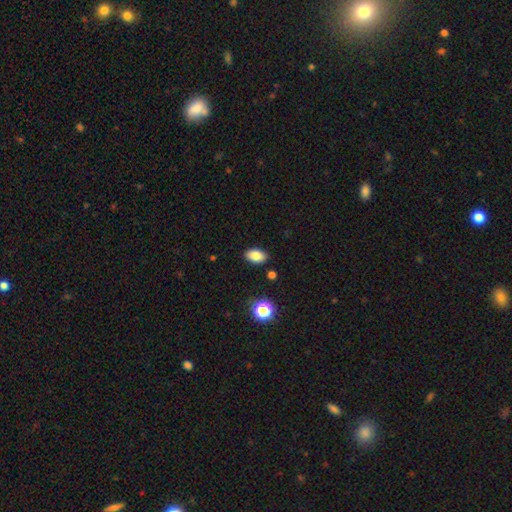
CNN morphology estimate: smooth_or_featured: smooth (p=0.84) [alt: star or artifact p=0.10]
how_rounded: in between (p=0.89) [alt: round p=0.10]
merging: none (p=0.87) [alt: minor disturbance p=0.09]